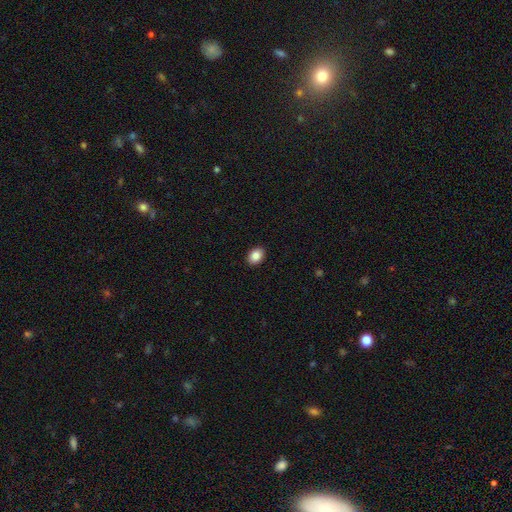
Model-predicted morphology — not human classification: smooth_or_featured: smooth (p=0.87) [alt: star or artifact p=0.08]
how_rounded: in between (p=0.73) [alt: round p=0.26]
merging: none (p=0.91) [alt: minor disturbance p=0.06]